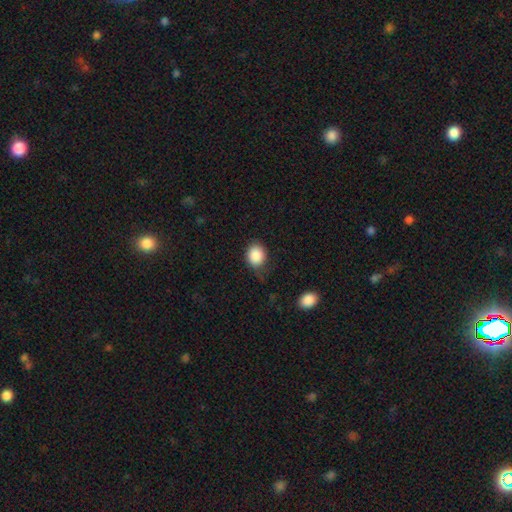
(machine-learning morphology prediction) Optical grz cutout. It shows a smooth galaxy with no disk features (87%) that is round (64%). Merging: none (65%).